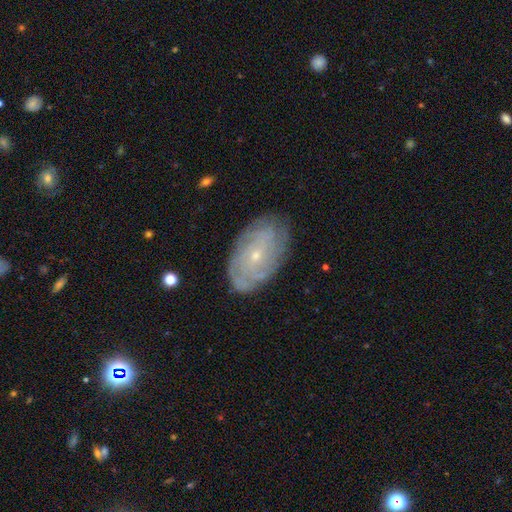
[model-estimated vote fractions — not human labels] Morphology: type=featured or disk (73%); edge-on=no (95%); bar=no (75%); spiral arms=yes (88%); winding=tight (71%); arm count=can't tell (51%); bulge=small (80%); merging=none (80%).